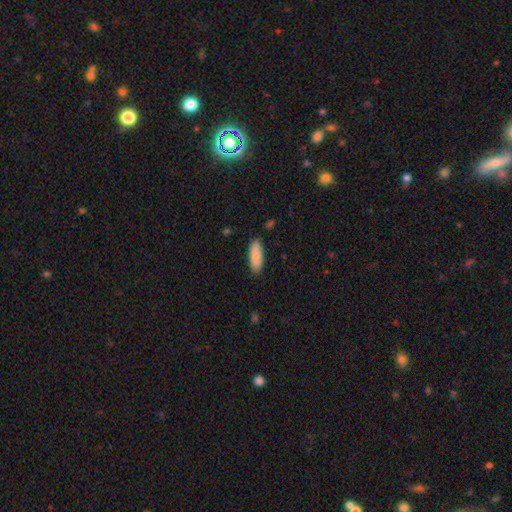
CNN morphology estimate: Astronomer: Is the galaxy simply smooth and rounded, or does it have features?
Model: smooth — 89%.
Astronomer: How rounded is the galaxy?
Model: in between — 61% (runner-up: cigar-shaped, 38%).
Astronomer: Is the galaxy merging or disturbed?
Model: none — 87%.